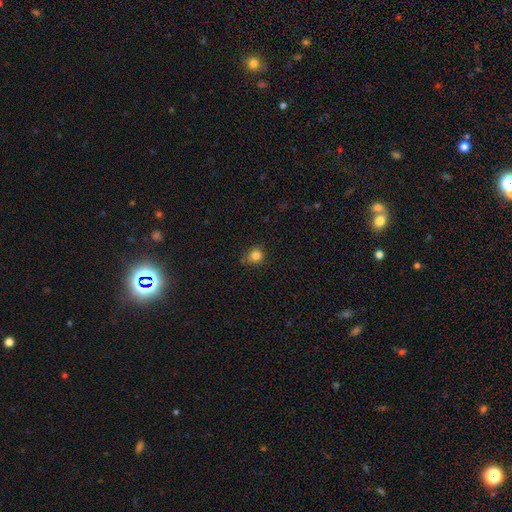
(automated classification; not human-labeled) This is clearly a smooth galaxy (83%). How rounded: clearly round (86%). Merging: likely none (73%).